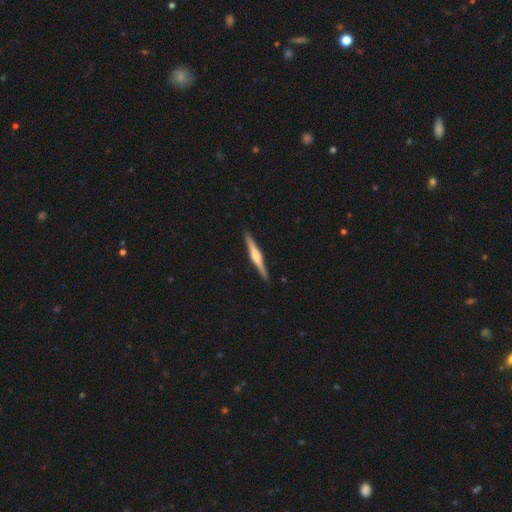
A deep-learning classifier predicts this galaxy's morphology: Smooth or featured?
  - featured or disk: 70% *
  - smooth: 25%
  - star or artifact: 5%
Edge-on disk?
  - yes: 98% *
  - no: 2%
Edge-on bulge?
  - rounded: 72% *
  - boxy: 20%
  - none: 9%
Merging?
  - none: 91% *
  - minor disturbance: 6%
  - major disturbance: 1%
  - merger: 1%